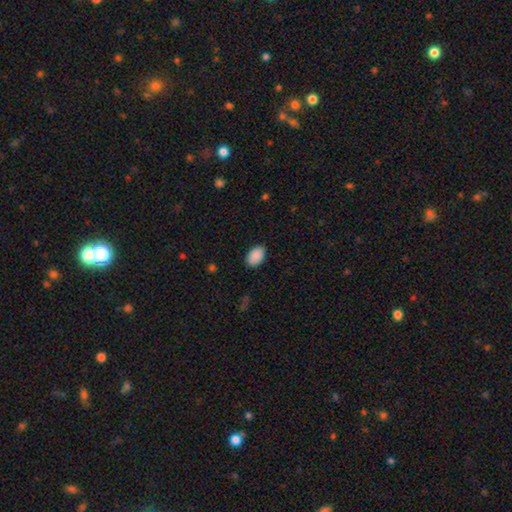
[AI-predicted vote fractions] Smooth or featured? smooth (90%)
How rounded? in between (89%)
Merging? none (88%)